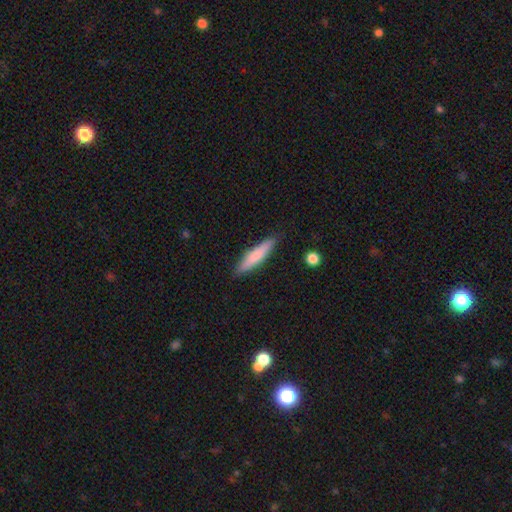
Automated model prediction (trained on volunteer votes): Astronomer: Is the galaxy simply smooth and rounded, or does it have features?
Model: smooth — 71%.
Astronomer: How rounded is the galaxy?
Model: cigar-shaped — 88%.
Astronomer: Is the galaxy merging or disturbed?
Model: none — 88%.